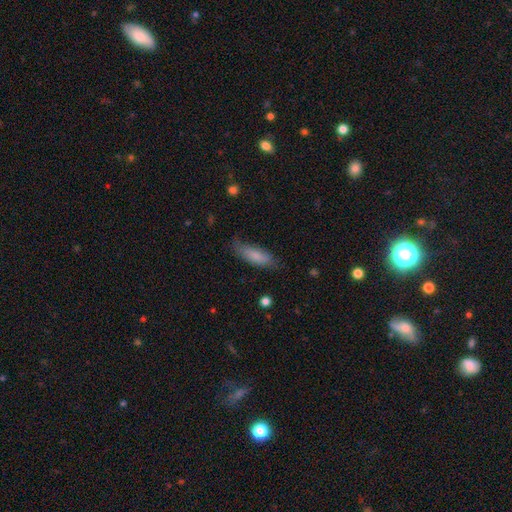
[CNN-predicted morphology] Smooth or featured? Predicted: smooth (p=0.79). How rounded? Predicted: in between (p=0.53). Merging? Predicted: none (p=0.69).